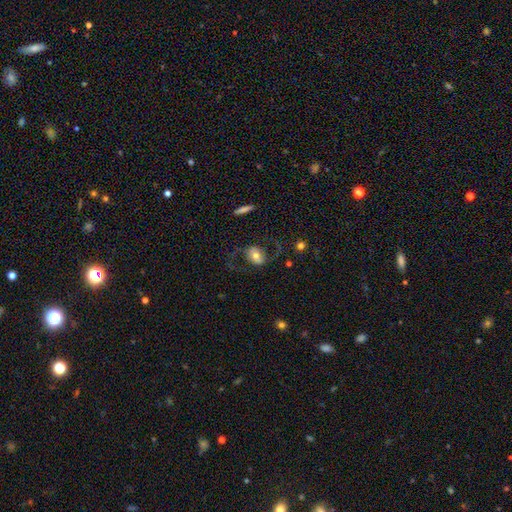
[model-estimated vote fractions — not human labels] Morphology: type=featured or disk (60%); edge-on=no (95%); bar=no (45%); spiral arms=yes (77%); bulge=moderate (64%); merging=none (63%).